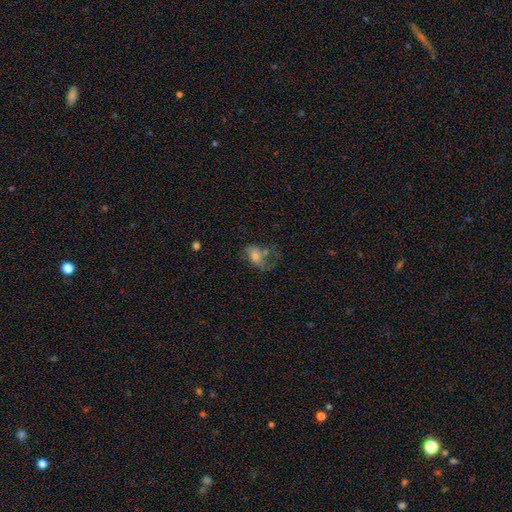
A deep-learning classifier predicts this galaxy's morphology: The model was most divided on "smooth or featured": smooth: 45%, featured or disk: 41%, star or artifact: 14%. Remaining: merging — major disturbance (38%).